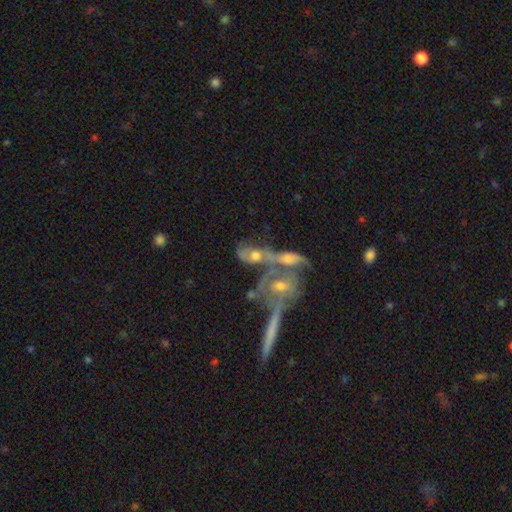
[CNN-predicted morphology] Smooth or featured? featured or disk (55%)
Edge-on disk? no (62%)
Merging? merger (48%)